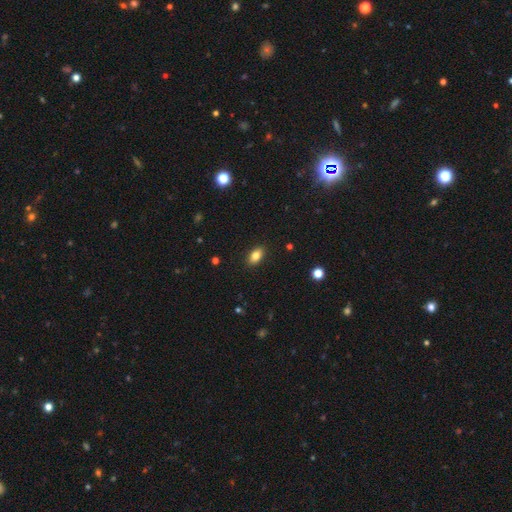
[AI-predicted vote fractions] The model was most divided on "smooth or featured": smooth: 82%, star or artifact: 9%, featured or disk: 9%. More confident: how rounded — in between (89%); merging — none (89%).